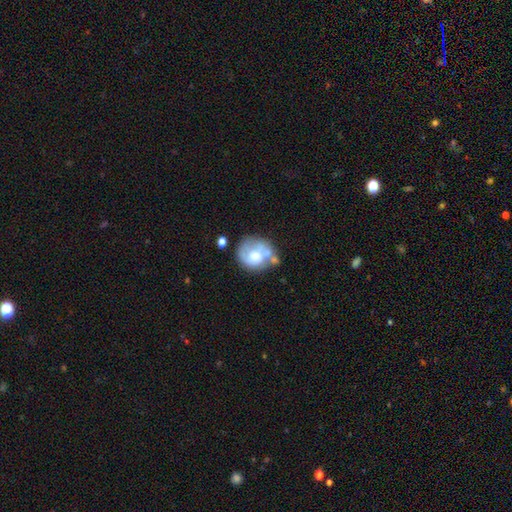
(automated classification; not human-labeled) smooth-or-featured: smooth: 50% | featured or disk: 43% | star or artifact: 7%
  merging: none: 41% | minor disturbance: 24% | merger: 19% | major disturbance: 15%